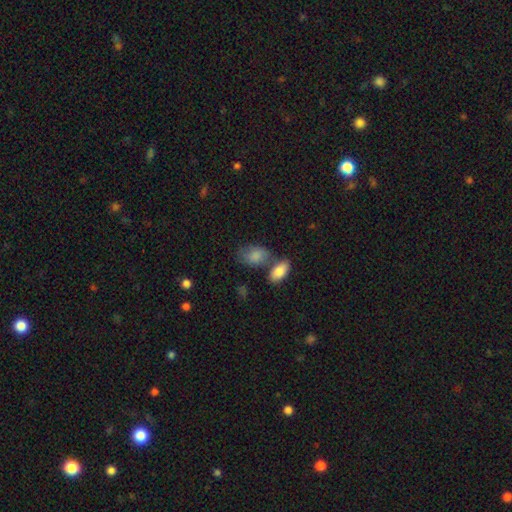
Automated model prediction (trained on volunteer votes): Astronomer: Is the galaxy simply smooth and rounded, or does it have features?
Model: smooth — 83%.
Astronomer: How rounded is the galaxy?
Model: in between — 86%.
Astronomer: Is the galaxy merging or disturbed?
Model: none — 48%.